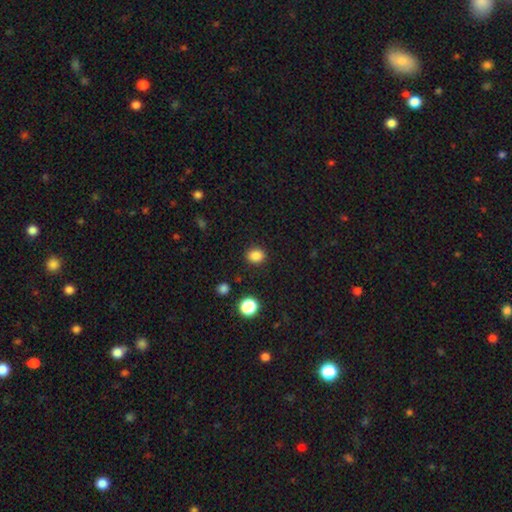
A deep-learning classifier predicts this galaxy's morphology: type=smooth (85%); roundness=round (64%); merging=none (89%).